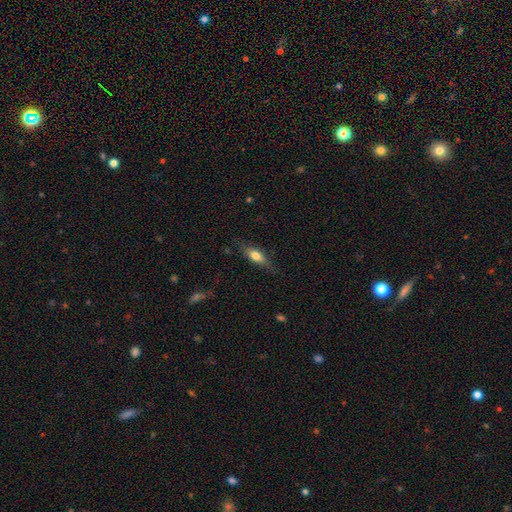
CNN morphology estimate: Smooth or featured? smooth (60%)
How rounded? in between (53%)
Merging? none (75%)